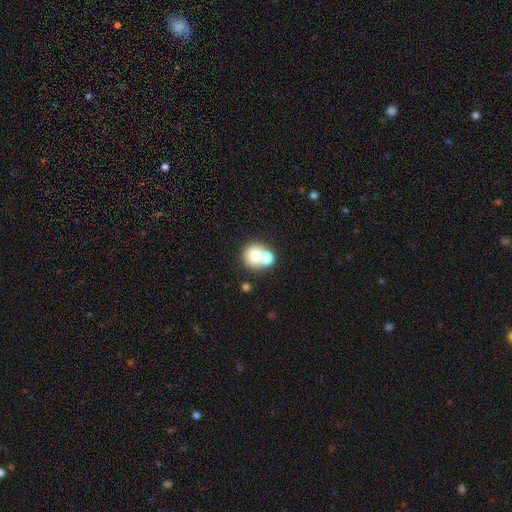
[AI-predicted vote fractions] Q: Smooth or featured?
A: smooth (70%); runner-up: featured or disk (19%)
Q: How rounded?
A: round (86%); runner-up: in between (13%)
Q: Merging?
A: merger (50%); runner-up: none (41%)